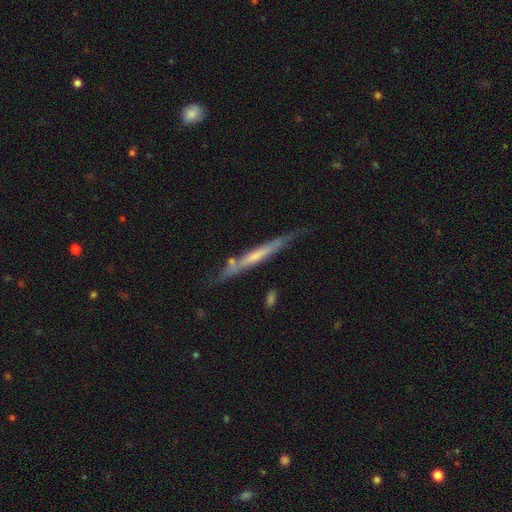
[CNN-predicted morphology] Smooth or featured: featured or disk — 62% (smooth — 32%)
Edge-on disk: yes — 88% (no — 12%)
Edge-on bulge: none — 67% (rounded — 21%)
Merging: none — 66% (minor disturbance — 22%)